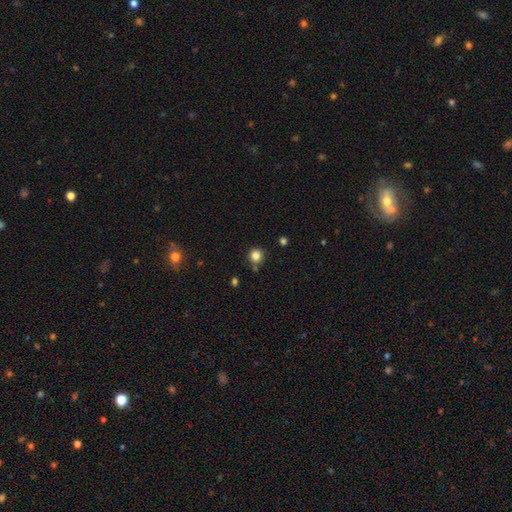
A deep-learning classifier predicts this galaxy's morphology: A smooth galaxy with no disk features (83%) that is round (94%).

Vote fractions:
- Smooth or featured? smooth: 83% / star or artifact: 12% / featured or disk: 5%
- How rounded? round: 94% / in between: 5% / cigar-shaped: 1%
- Merging? none: 83% / minor disturbance: 9% / merger: 6% / major disturbance: 2%